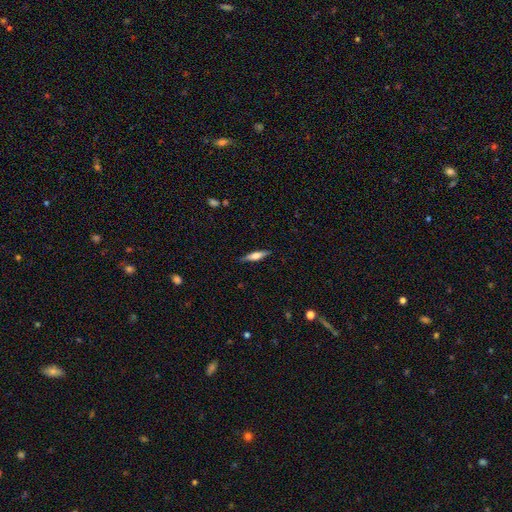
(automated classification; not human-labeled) This is possibly a smooth galaxy (47%, tied with featured or disk). Merging: clearly none (88%).